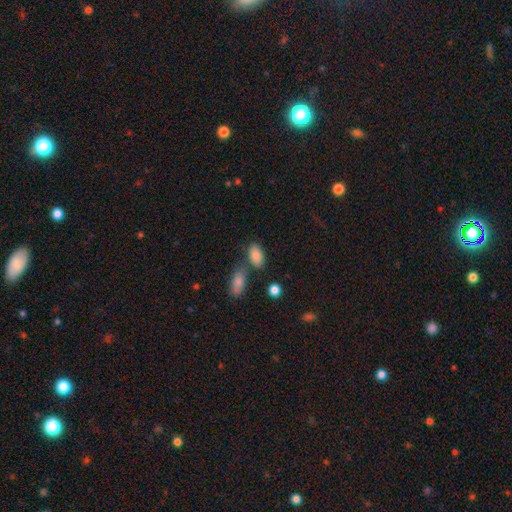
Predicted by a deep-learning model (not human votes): smooth-or-featured: smooth: 85% | star or artifact: 8% | featured or disk: 6%
  how-rounded: in between: 92% | round: 5% | cigar-shaped: 3%
  merging: none: 65% | merger: 17% | minor disturbance: 14% | major disturbance: 4%